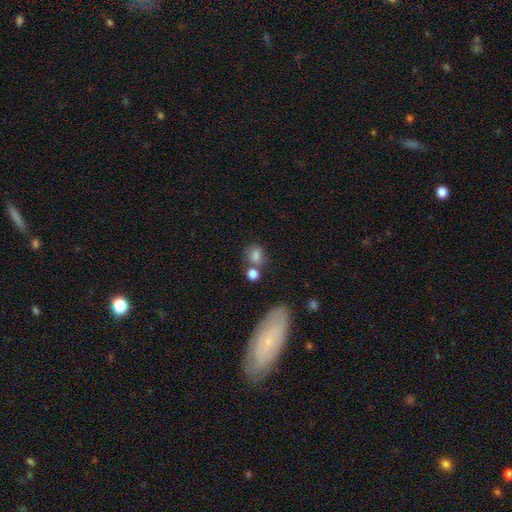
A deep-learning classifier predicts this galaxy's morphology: Overall: smooth (78%). How rounded: round (60%; in between 38%). Merging: none (53%; merger 24%).